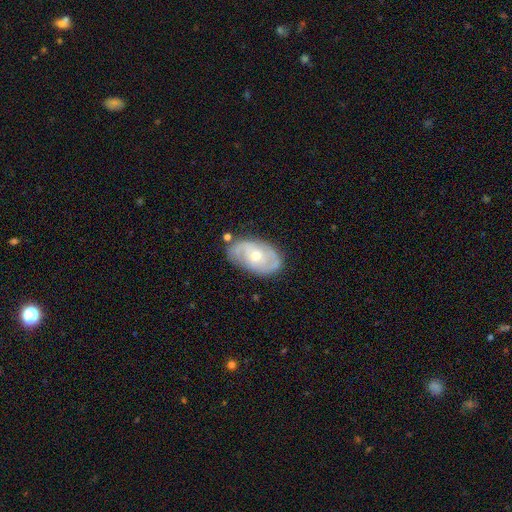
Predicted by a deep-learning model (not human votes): featured or disk 75%, smooth 19%, star or artifact 6%. Down the decision tree: edge-on disk — no (94%); bar — no (69%); spiral arms — yes (85%); spiral arm count — 2 (57%); spiral winding — tight (51%); bulge size — moderate (58%); merging — none (74%).